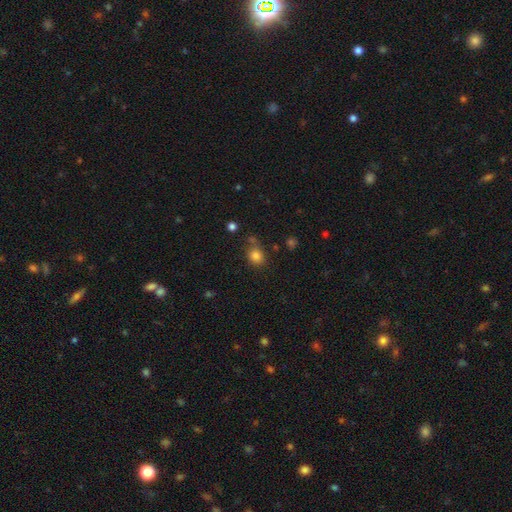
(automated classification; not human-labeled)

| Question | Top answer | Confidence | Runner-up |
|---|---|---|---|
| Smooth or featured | smooth | 81% | star or artifact (13%) |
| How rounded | round | 70% | in between (29%) |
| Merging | none | 66% | minor disturbance (17%) |